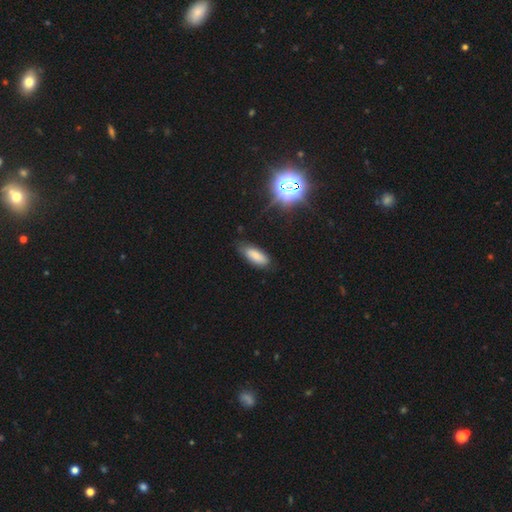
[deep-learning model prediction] Smooth or featured?
  - smooth: 80% *
  - star or artifact: 11%
  - featured or disk: 9%
How rounded?
  - in between: 76% *
  - cigar-shaped: 22%
  - round: 2%
Merging?
  - none: 74% *
  - minor disturbance: 21%
  - major disturbance: 4%
  - merger: 2%